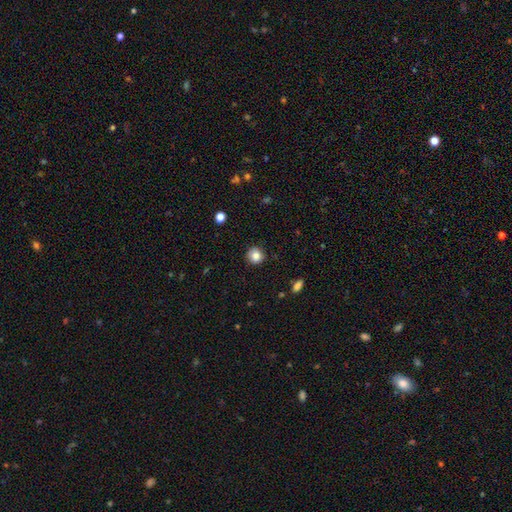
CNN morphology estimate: Smooth or featured? Predicted: smooth (p=0.84). How rounded? Predicted: round (p=0.91). Merging? Predicted: none (p=0.89).